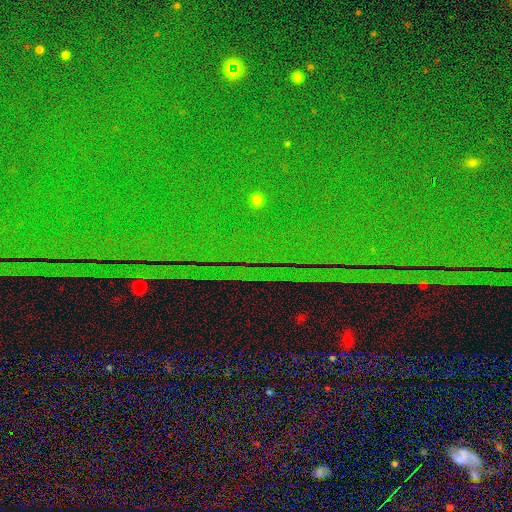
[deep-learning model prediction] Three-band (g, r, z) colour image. It shows a star or artifact, not a galaxy (88%).